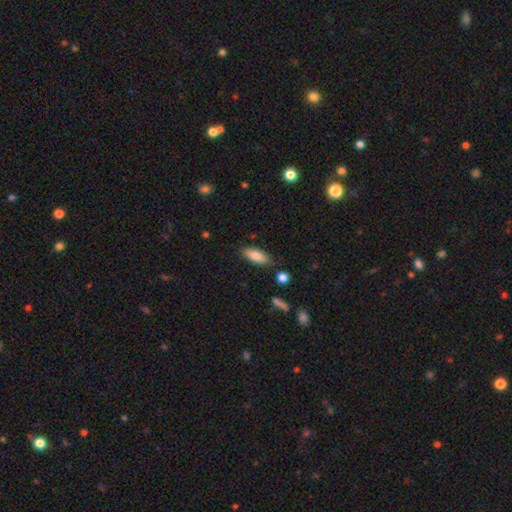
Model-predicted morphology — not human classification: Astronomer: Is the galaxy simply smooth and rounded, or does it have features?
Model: smooth — 82%.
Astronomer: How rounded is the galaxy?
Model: in between — 77%.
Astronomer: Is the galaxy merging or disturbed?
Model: none — 78%.